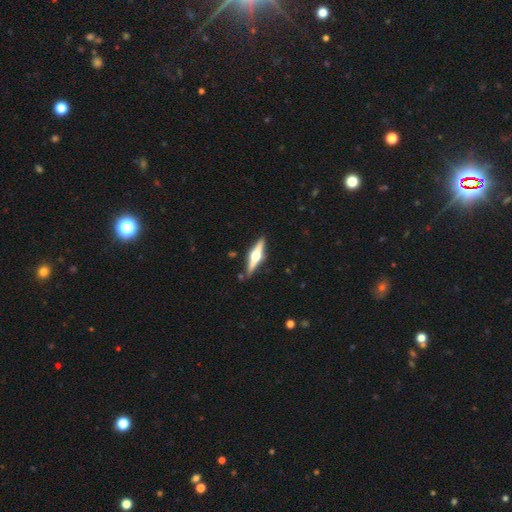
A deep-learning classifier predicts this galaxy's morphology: A featured or disk galaxy (74%) viewed edge-on (97%) with a rounded central bulge (95%). Merging: none (87%).